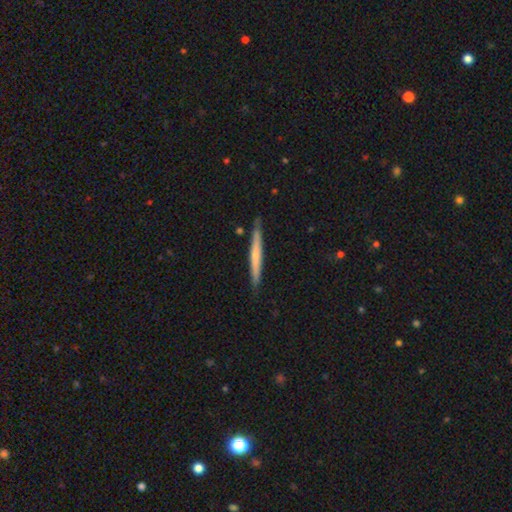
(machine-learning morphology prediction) Smooth or featured? Predicted: smooth (p=0.53). How rounded? Predicted: cigar-shaped (p=0.96). Merging? Predicted: none (p=0.86).